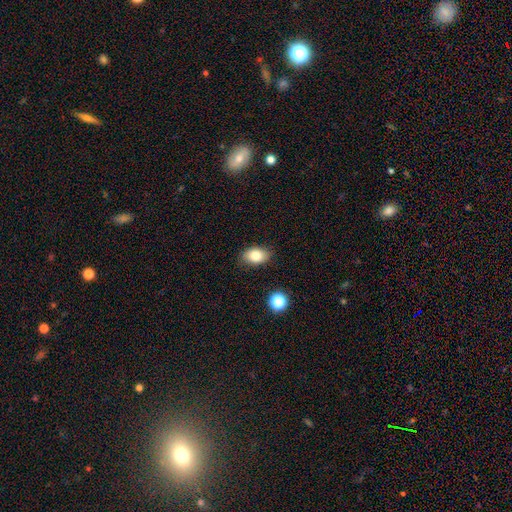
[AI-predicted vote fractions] Smooth or featured: smooth — 82% (star or artifact — 9%)
How rounded: in between — 84% (round — 15%)
Merging: none — 85% (minor disturbance — 11%)